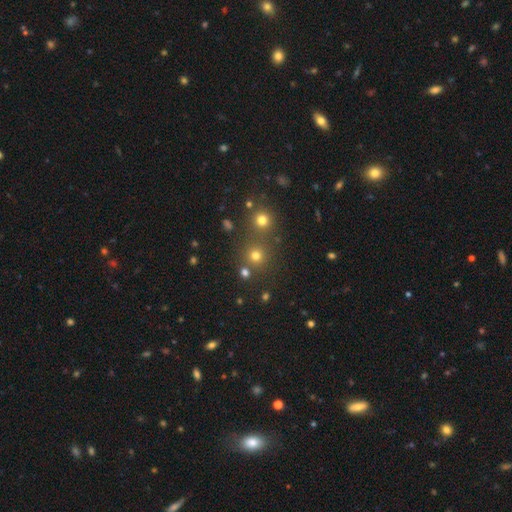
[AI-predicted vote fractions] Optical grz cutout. It shows a smooth galaxy with no disk features (68%) that is round (92%). Merging: none (73%).